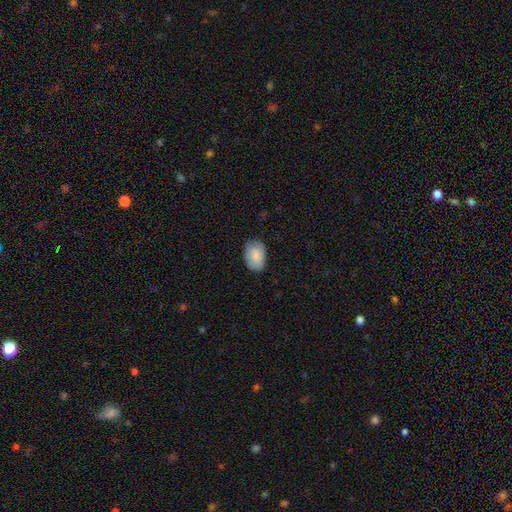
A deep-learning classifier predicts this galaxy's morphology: type=smooth (86%); roundness=in between (87%); merging=none (78%).